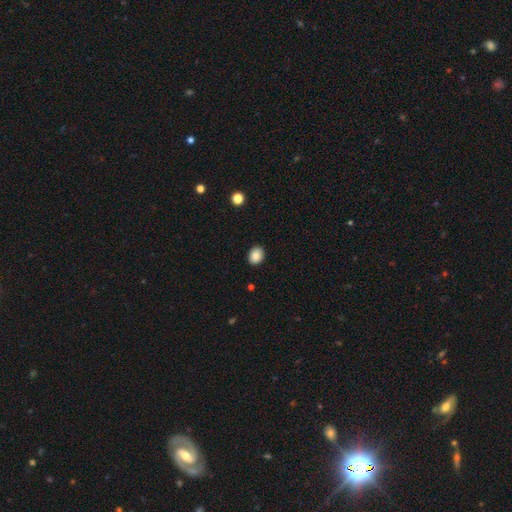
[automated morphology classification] Smooth or featured? Predicted: smooth (p=0.87). How rounded? Predicted: in between (p=0.54). Merging? Predicted: none (p=0.90).